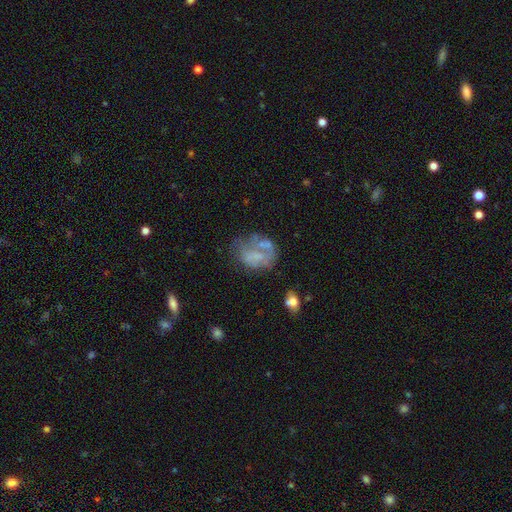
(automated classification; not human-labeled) Smooth or featured?
  - featured or disk: 52% *
  - smooth: 35%
  - star or artifact: 13%
Edge-on disk?
  - no: 98% *
  - yes: 2%
Bar?
  - no: 81% *
  - weak: 15%
  - strong: 4%
Spiral arms?
  - no: 80% *
  - yes: 20%
Bulge size?
  - none: 64% *
  - small: 19%
  - moderate: 13%
  - large: 3%
  - dominant: 1%
Merging?
  - none: 37% *
  - major disturbance: 27%
  - minor disturbance: 23%
  - merger: 13%